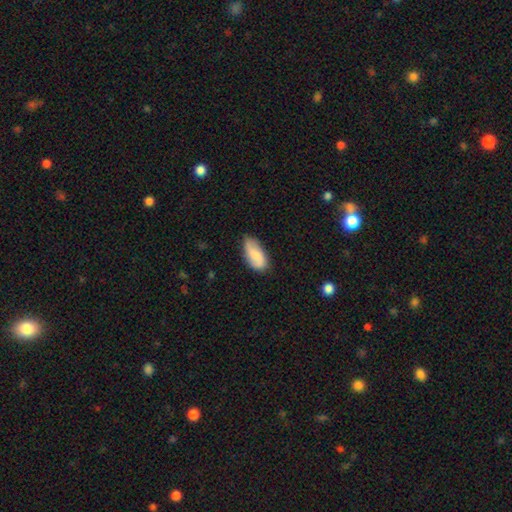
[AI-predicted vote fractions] Q: Smooth or featured?
A: smooth (63%); runner-up: featured or disk (30%)
Q: How rounded?
A: in between (91%); runner-up: cigar-shaped (7%)
Q: Merging?
A: none (74%); runner-up: minor disturbance (21%)